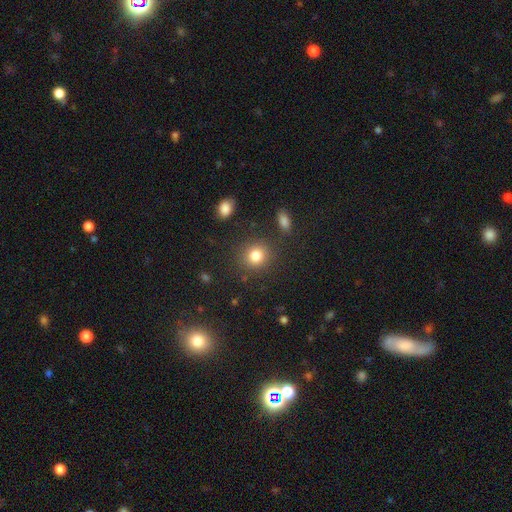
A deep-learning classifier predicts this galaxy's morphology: smooth_or_featured: smooth (p=0.82) [alt: star or artifact p=0.11]
how_rounded: round (p=0.83) [alt: in between p=0.16]
merging: none (p=0.84) [alt: minor disturbance p=0.09]